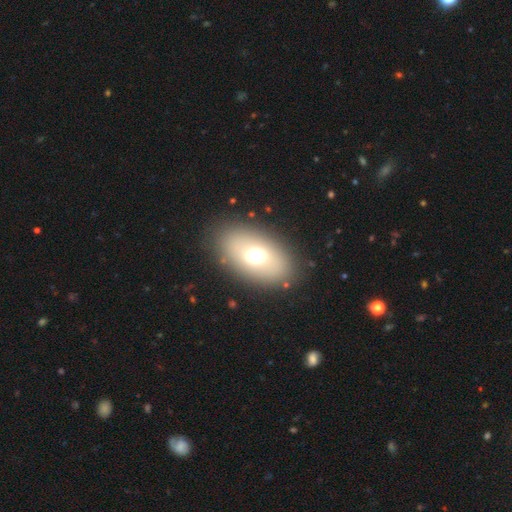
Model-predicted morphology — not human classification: Overall: smooth (62%; featured or disk 23%). How rounded: in between (79%). Merging: none (85%).